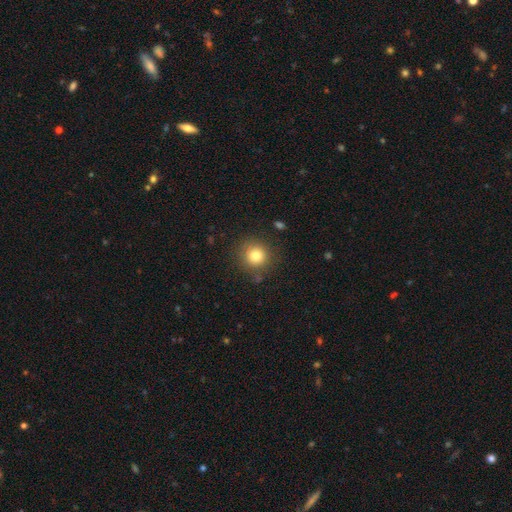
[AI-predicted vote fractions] smooth_or_featured: smooth (p=0.80) [alt: star or artifact p=0.11]
how_rounded: round (p=0.92) [alt: in between p=0.07]
merging: none (p=0.84) [alt: minor disturbance p=0.10]